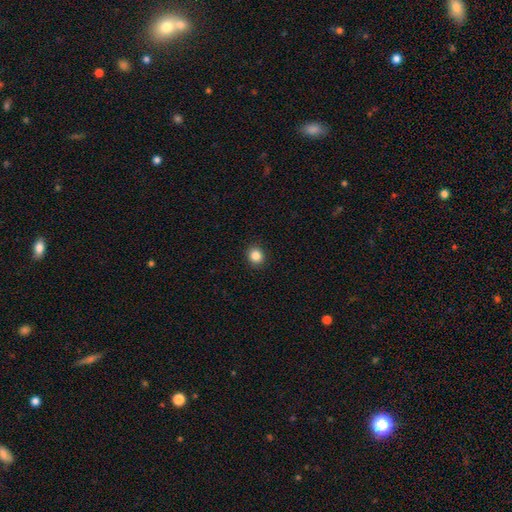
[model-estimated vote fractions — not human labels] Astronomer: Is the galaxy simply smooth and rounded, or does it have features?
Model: smooth — 85%.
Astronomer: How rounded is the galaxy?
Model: round — 86%.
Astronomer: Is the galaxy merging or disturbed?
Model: none — 92%.